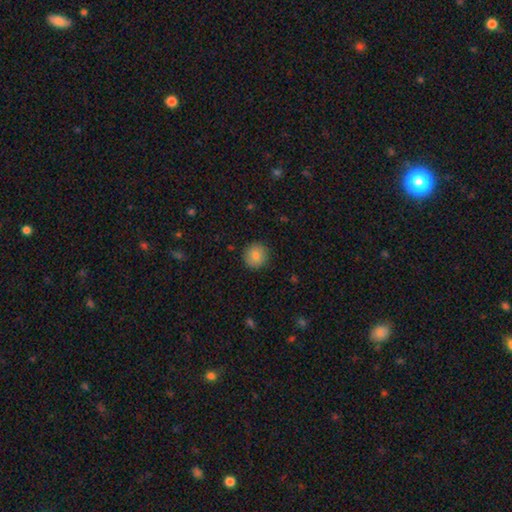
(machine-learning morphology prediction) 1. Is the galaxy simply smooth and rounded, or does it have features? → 84% smooth, 9% star or artifact, 8% featured or disk.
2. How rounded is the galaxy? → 91% round, 8% in between, 1% cigar-shaped.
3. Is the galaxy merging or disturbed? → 89% none, 7% minor disturbance, 2% major disturbance, 1% merger.